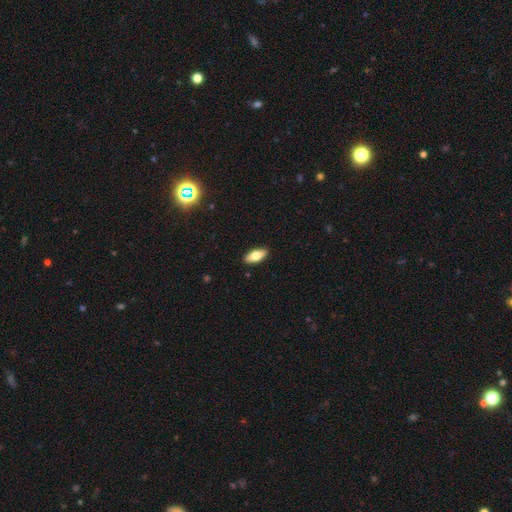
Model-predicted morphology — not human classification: A smooth galaxy with no disk features (71%) that is in between round and cigar-shaped (80%).

Vote fractions:
- Smooth or featured? smooth: 71% / featured or disk: 23% / star or artifact: 6%
- How rounded? in between: 80% / cigar-shaped: 18% / round: 3%
- Merging? none: 90% / minor disturbance: 7% / major disturbance: 2% / merger: 1%